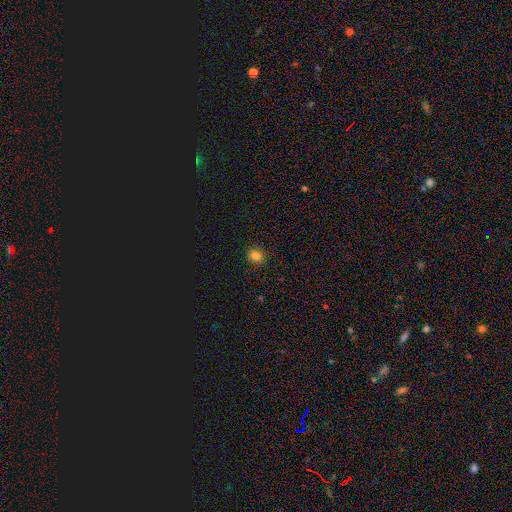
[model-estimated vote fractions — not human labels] smooth-or-featured: smooth: 82% | star or artifact: 13% | featured or disk: 5%
  how-rounded: round: 71% | in between: 28% | cigar-shaped: 1%
  merging: none: 90% | minor disturbance: 7% | major disturbance: 2% | merger: 1%